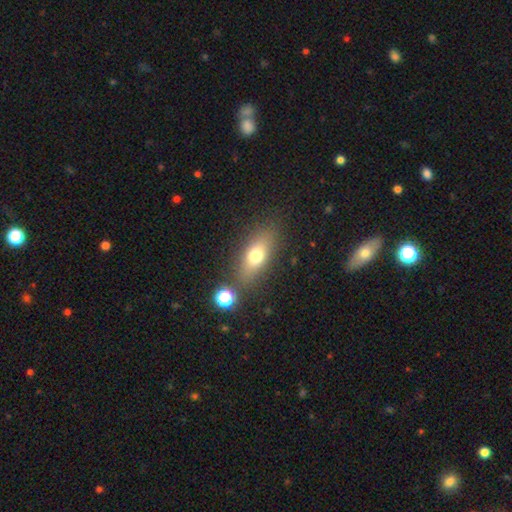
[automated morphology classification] A smooth galaxy with no disk features (70%) that is in between round and cigar-shaped (71%). Merging: none (79%).